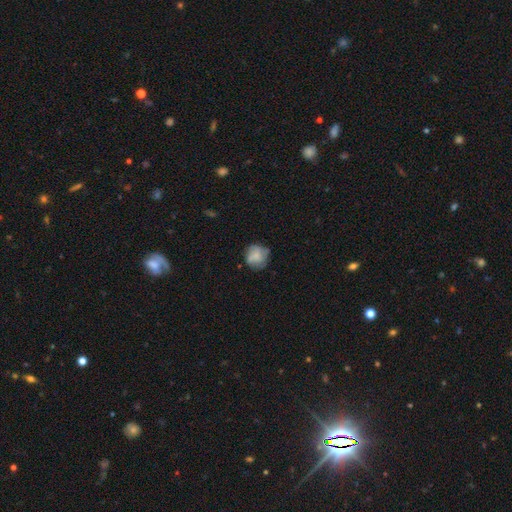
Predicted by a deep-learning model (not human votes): smooth 64%, featured or disk 27%, star or artifact 9%. Down the decision tree: how rounded — round (85%); merging — none (68%).